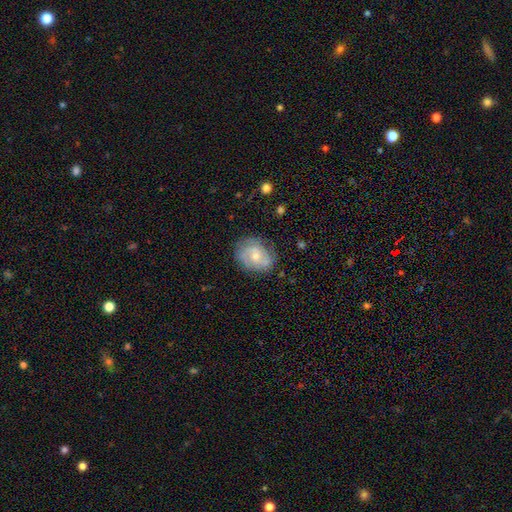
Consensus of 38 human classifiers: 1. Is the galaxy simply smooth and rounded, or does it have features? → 58% featured or disk, 34% smooth, 8% star or artifact.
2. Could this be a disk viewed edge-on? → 91% no, 9% yes.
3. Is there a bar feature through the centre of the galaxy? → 75% no, 20% weak, 5% strong.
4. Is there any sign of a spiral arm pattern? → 85% yes, 15% no.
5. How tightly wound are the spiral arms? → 65% tight, 29% medium, 6% loose.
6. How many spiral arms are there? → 59% 2, 18% can't tell, 12% 1, 12% 3, 0% 4, 0% more than 4.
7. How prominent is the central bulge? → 55% moderate, 35% small, 10% large, 0% dominant, 0% none.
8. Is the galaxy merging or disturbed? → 57% none, 34% minor disturbance, 9% major disturbance, 0% merger.